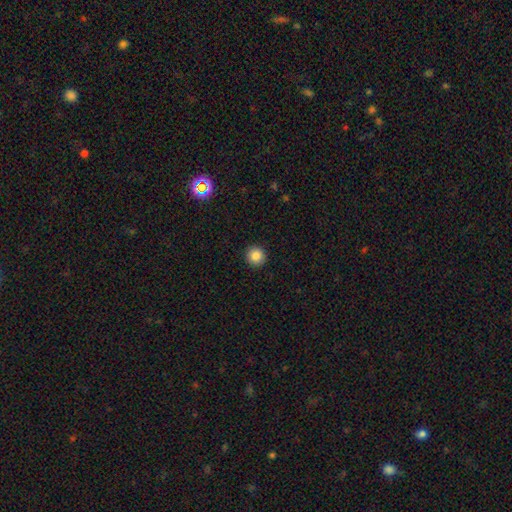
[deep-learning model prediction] Smooth or featured: smooth — 85% (star or artifact — 10%)
How rounded: round — 95% (in between — 4%)
Merging: none — 93% (minor disturbance — 4%)